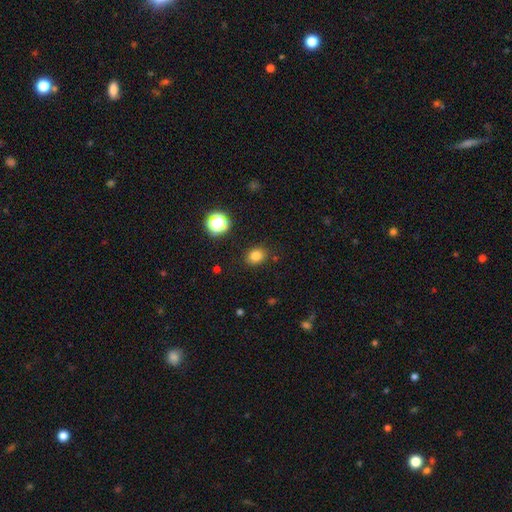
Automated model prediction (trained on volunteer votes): The model was most divided on "how rounded": round: 55%, in between: 44%, cigar-shaped: 1%. More confident: merging — none (85%); smooth or featured — smooth (80%).